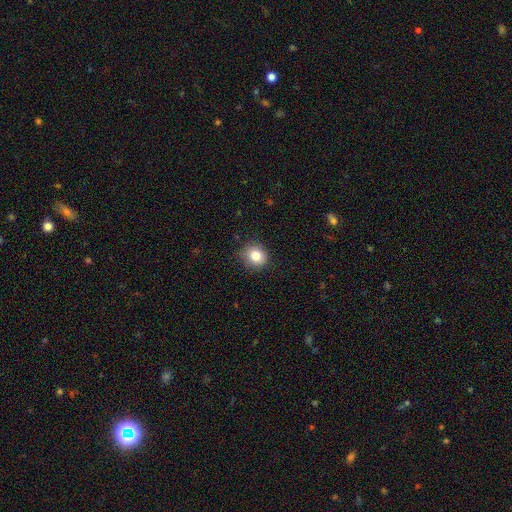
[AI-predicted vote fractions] Smooth or featured? Predicted: smooth (p=0.80). How rounded? Predicted: round (p=0.85). Merging? Predicted: none (p=0.86).